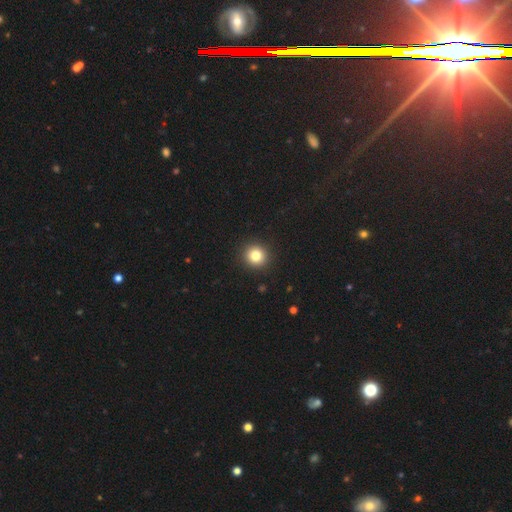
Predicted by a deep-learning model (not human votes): Smooth or featured: smooth — 83% (star or artifact — 11%)
How rounded: round — 93% (in between — 6%)
Merging: none — 93% (minor disturbance — 5%)